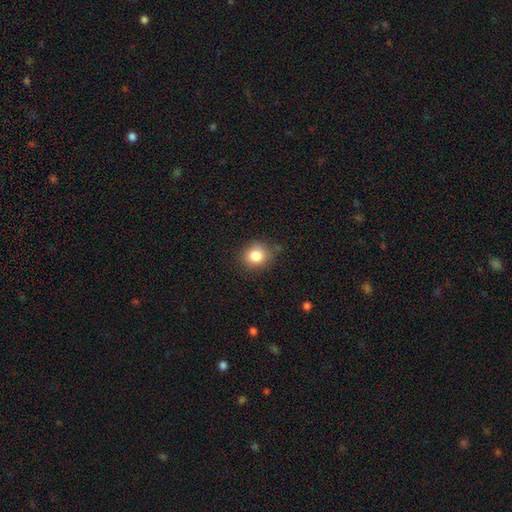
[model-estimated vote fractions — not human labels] This appears to be a smooth galaxy with no disk features (83%) that is round (81%). Merging: none (74%).